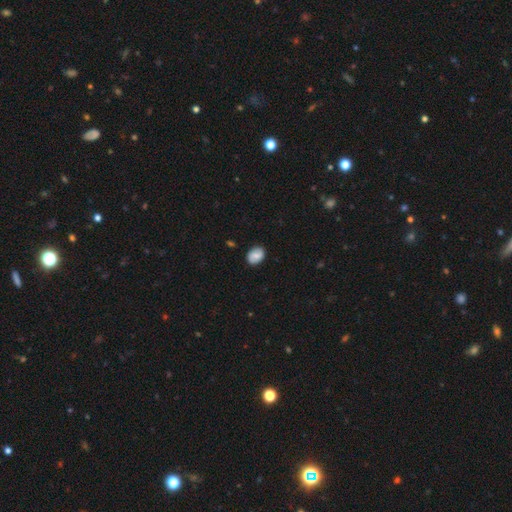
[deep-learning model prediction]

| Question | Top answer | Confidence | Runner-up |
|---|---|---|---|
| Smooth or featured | smooth | 69% | featured or disk (23%) |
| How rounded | in between | 71% | round (28%) |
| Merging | none | 83% | minor disturbance (13%) |